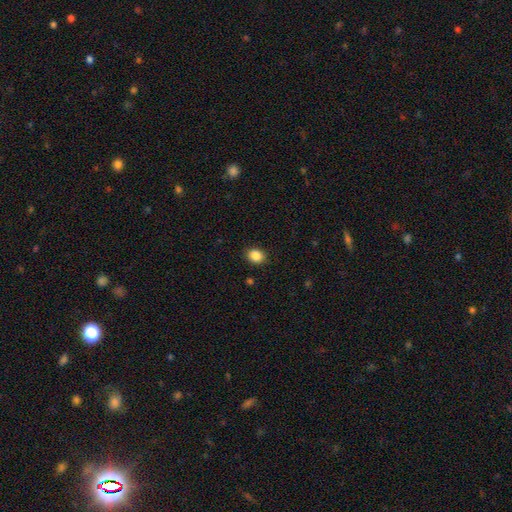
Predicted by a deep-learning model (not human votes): smooth-or-featured: smooth: 86% | star or artifact: 10% | featured or disk: 4%
  how-rounded: round: 55% | in between: 44% | cigar-shaped: 1%
  merging: none: 89% | minor disturbance: 8% | major disturbance: 2% | merger: 1%